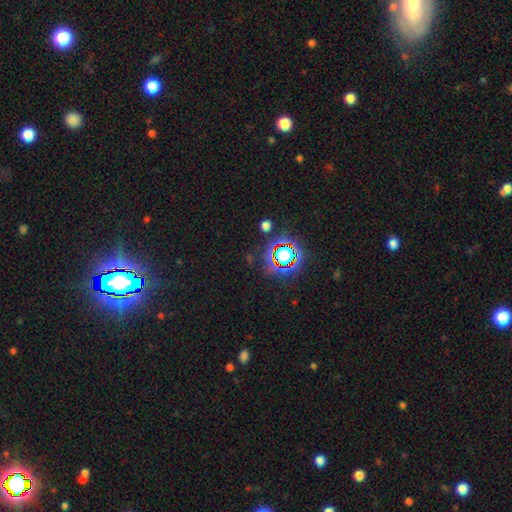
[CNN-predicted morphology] Smooth or featured? Predicted: star or artifact (p=0.82).